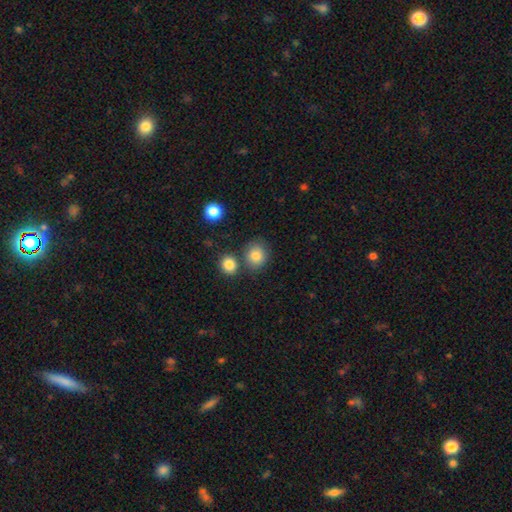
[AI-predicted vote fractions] Smooth or featured?
  - smooth: 83% *
  - star or artifact: 10%
  - featured or disk: 6%
How rounded?
  - round: 77% *
  - in between: 22%
  - cigar-shaped: 1%
Merging?
  - none: 71% *
  - merger: 13%
  - minor disturbance: 12%
  - major disturbance: 4%